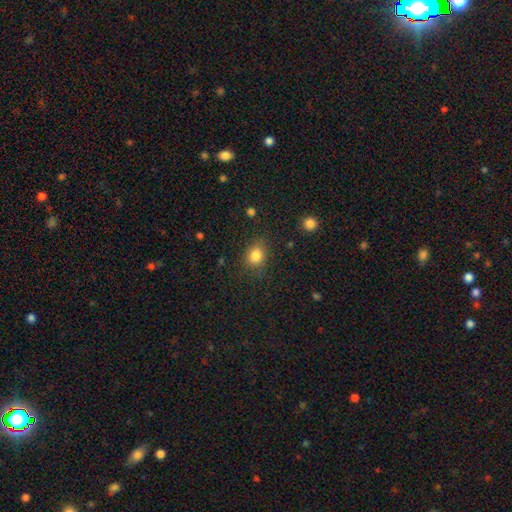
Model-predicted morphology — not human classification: A smooth galaxy with no disk features (83%) that is round (58%). Merging: none (79%).